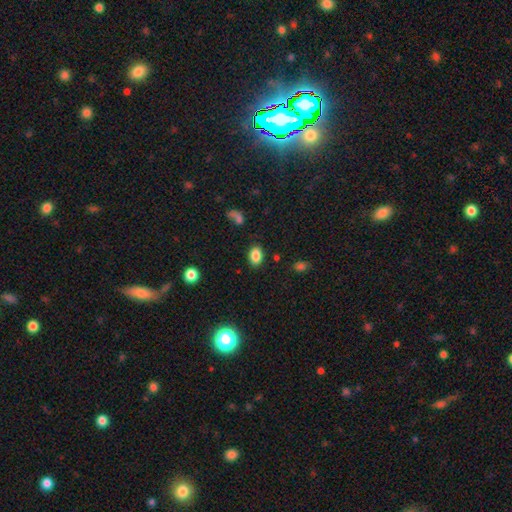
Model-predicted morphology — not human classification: smooth 85%, star or artifact 9%, featured or disk 6%. Down the decision tree: how rounded — in between (83%); merging — none (85%).